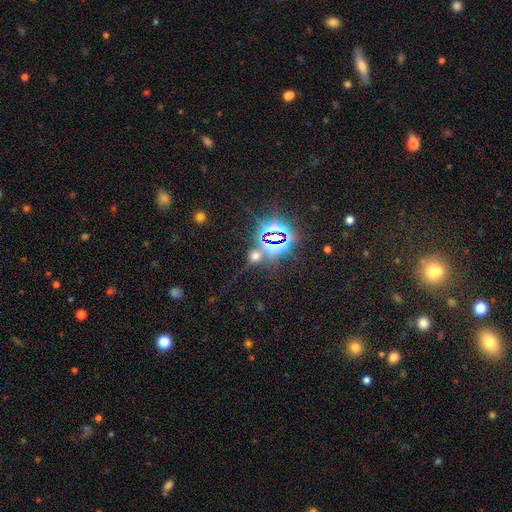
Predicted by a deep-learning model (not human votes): Overall: star or artifact (62%; smooth 26%).